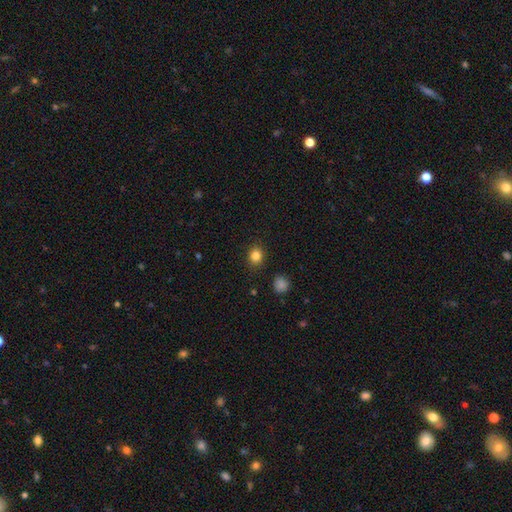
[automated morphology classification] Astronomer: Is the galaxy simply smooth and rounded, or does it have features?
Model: smooth — 83%.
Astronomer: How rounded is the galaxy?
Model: round — 71%.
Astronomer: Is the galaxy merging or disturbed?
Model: none — 88%.